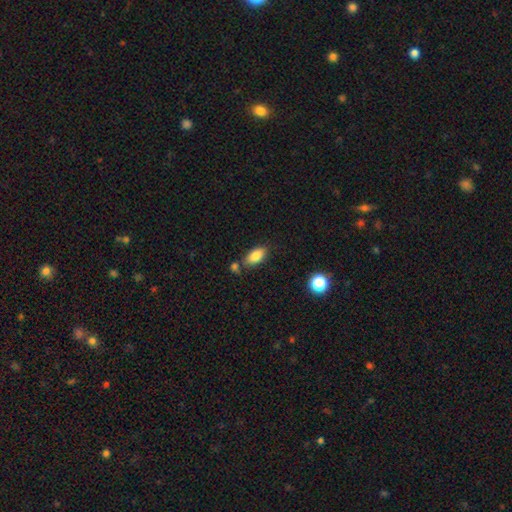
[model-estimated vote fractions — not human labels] This is clearly a smooth galaxy (84%). How rounded: clearly in between (90%). Merging: likely none (69%).